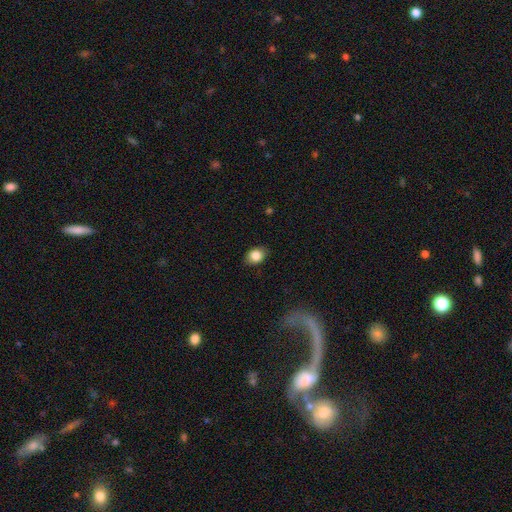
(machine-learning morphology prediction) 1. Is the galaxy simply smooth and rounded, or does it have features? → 84% smooth, 9% star or artifact, 7% featured or disk.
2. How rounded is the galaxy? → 61% in between, 37% round, 1% cigar-shaped.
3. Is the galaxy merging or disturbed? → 84% none, 12% minor disturbance, 3% major disturbance, 1% merger.